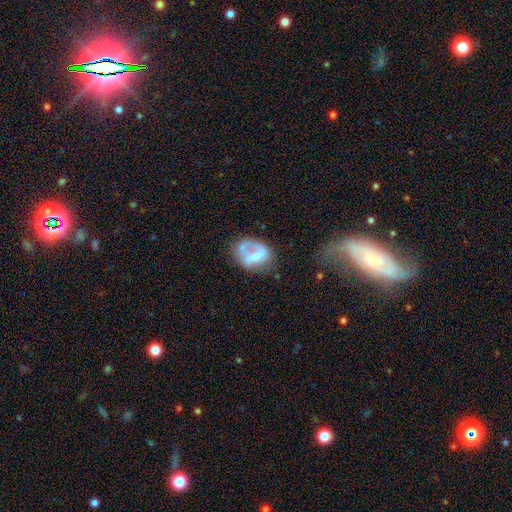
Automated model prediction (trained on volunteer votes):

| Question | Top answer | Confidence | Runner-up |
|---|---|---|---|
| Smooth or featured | featured or disk | 48% | smooth (43%) |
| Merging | none | 35% | major disturbance (31%) |